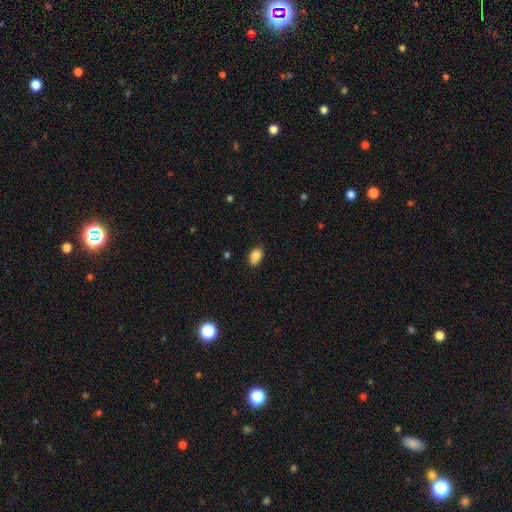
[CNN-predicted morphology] The model was most divided on "merging": none: 71%, minor disturbance: 21%, merger: 4%, major disturbance: 3%. More confident: how rounded — in between (86%); smooth or featured — smooth (83%).